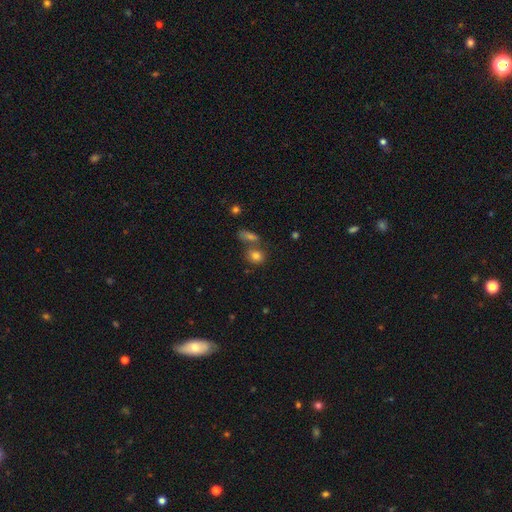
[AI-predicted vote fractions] smooth 79%, star or artifact 12%, featured or disk 9%. Down the decision tree: how rounded — round (65%); merging — none (59%).